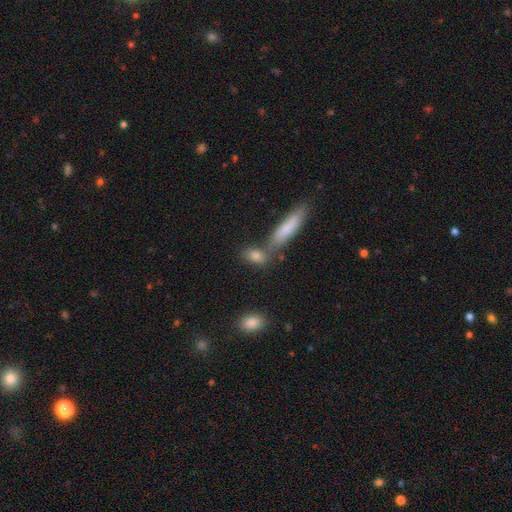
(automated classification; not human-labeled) Smooth or featured?
  - smooth: 79% *
  - featured or disk: 12%
  - star or artifact: 9%
How rounded?
  - in between: 63% *
  - cigar-shaped: 28%
  - round: 9%
Merging?
  - none: 54% *
  - merger: 30%
  - minor disturbance: 12%
  - major disturbance: 4%